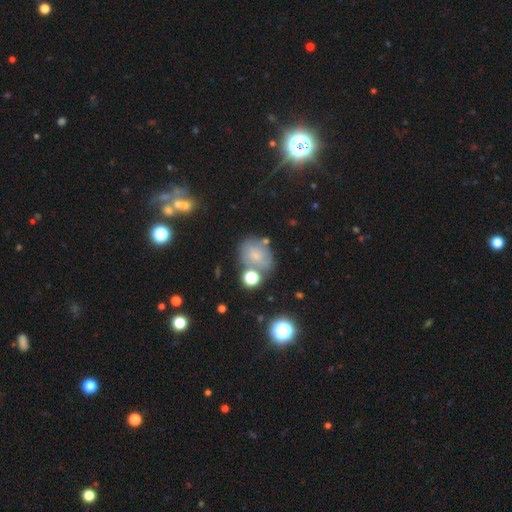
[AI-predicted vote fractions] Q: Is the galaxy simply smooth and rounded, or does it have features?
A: smooth — 56%.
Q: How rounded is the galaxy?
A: in between — 52%.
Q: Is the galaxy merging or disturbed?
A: none — 52%.